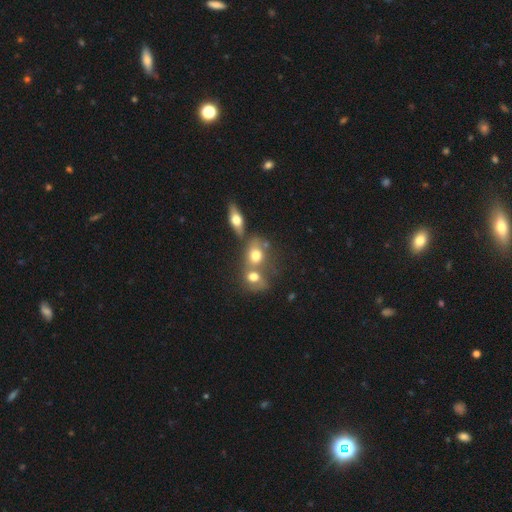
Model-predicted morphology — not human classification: Smooth or featured? smooth (67%)
How rounded? round (53%)
Merging? merger (51%)